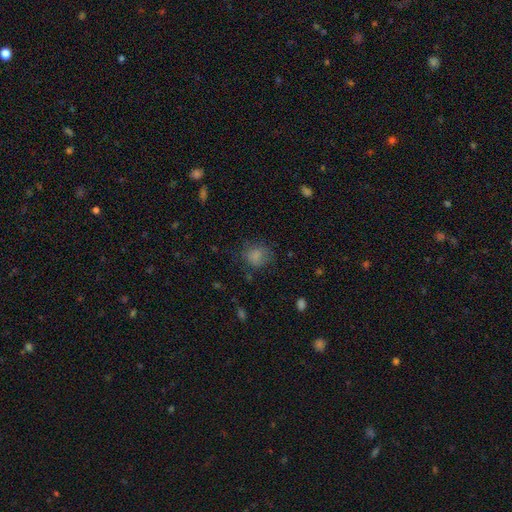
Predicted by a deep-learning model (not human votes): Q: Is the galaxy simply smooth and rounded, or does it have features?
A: smooth — 79%.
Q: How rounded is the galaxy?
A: round — 73%.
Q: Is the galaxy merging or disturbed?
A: none — 66%.